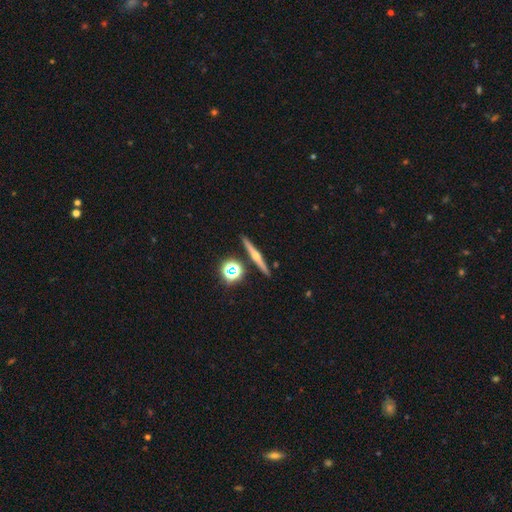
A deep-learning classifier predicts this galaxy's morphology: Smooth or featured?
  - featured or disk: 71% *
  - smooth: 19%
  - star or artifact: 11%
Edge-on disk?
  - yes: 97% *
  - no: 3%
Edge-on bulge?
  - rounded: 91% *
  - none: 5%
  - boxy: 3%
Merging?
  - none: 89% *
  - minor disturbance: 6%
  - merger: 3%
  - major disturbance: 2%